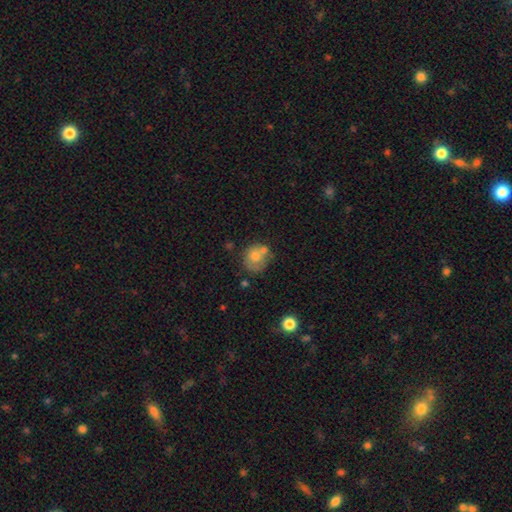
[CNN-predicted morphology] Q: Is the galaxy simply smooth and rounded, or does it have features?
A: smooth — 65%.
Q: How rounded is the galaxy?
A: round — 77%.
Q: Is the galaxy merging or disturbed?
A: none — 50%.